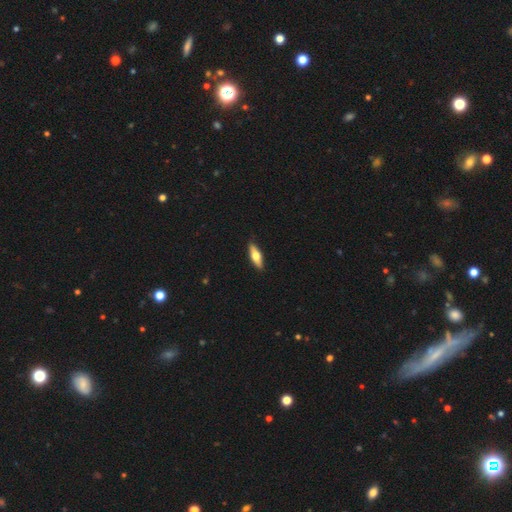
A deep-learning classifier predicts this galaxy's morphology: smooth-or-featured: featured or disk: 48% | smooth: 47% | star or artifact: 5%
  merging: none: 90% | minor disturbance: 8% | major disturbance: 2% | merger: 1%